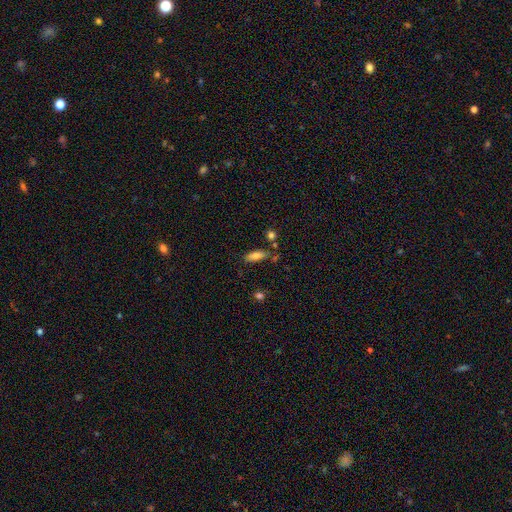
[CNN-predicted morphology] This is likely a smooth galaxy (77%). How rounded: likely in between (62%). Merging: likely none (72%).